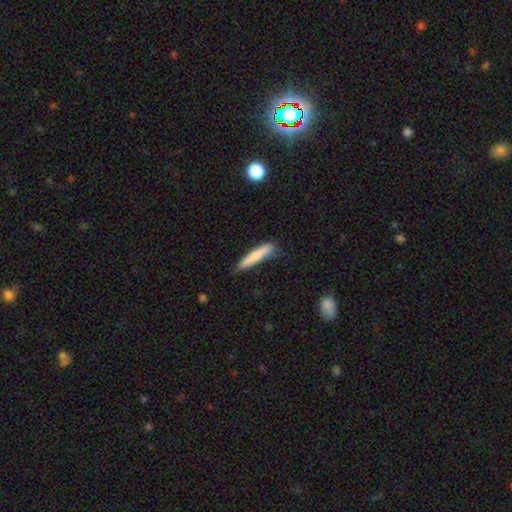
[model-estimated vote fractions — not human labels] Overall: smooth (71%). How rounded: cigar-shaped (90%). Merging: none (71%).